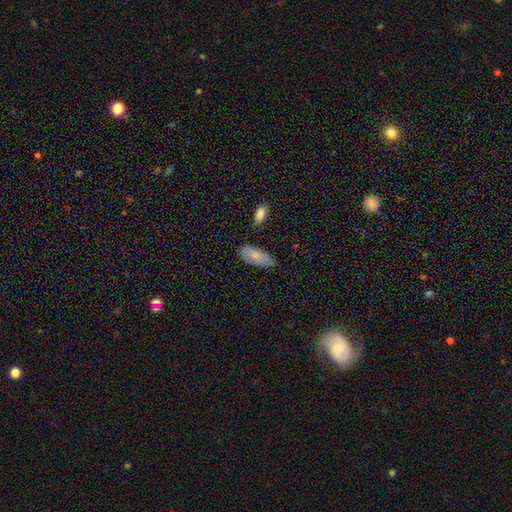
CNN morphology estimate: Q: Smooth or featured?
A: smooth (82%); runner-up: featured or disk (12%)
Q: How rounded?
A: in between (84%); runner-up: cigar-shaped (14%)
Q: Merging?
A: none (74%); runner-up: minor disturbance (19%)